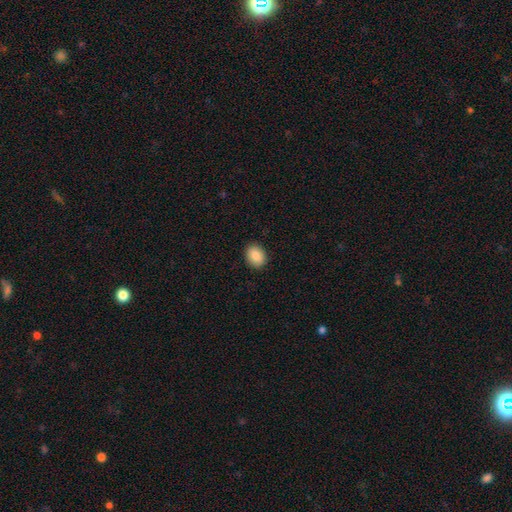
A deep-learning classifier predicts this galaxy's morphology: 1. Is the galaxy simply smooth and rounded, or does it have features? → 89% smooth, 7% star or artifact, 3% featured or disk.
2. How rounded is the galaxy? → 66% in between, 33% round, 1% cigar-shaped.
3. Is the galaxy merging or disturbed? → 90% none, 7% minor disturbance, 2% major disturbance, 1% merger.